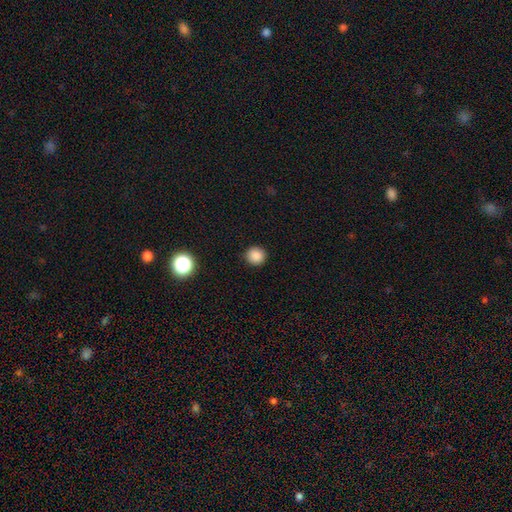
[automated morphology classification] Q: Smooth or featured?
A: smooth (86%); runner-up: star or artifact (11%)
Q: How rounded?
A: round (93%); runner-up: in between (6%)
Q: Merging?
A: none (92%); runner-up: minor disturbance (6%)